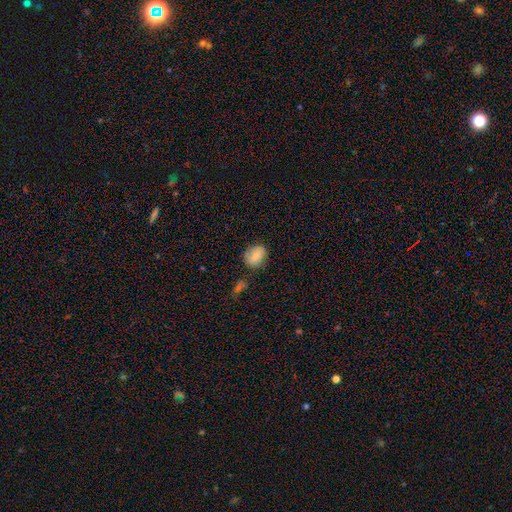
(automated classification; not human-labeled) Smooth or featured?
  - smooth: 83% *
  - star or artifact: 9%
  - featured or disk: 9%
How rounded?
  - in between: 58% *
  - round: 41%
  - cigar-shaped: 1%
Merging?
  - none: 73% *
  - minor disturbance: 18%
  - merger: 5%
  - major disturbance: 4%